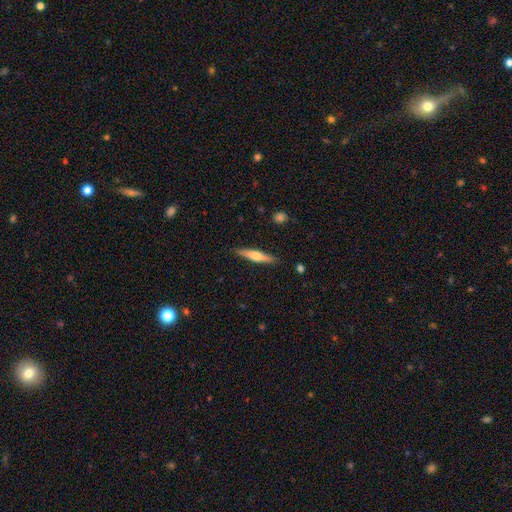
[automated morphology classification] Overall: featured or disk (50%; smooth 45%). Merging: none (89%).